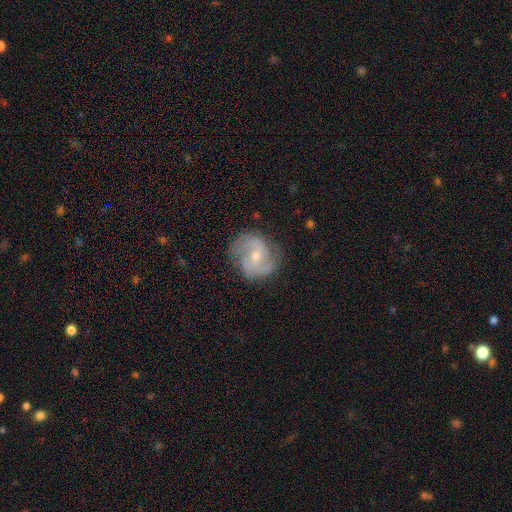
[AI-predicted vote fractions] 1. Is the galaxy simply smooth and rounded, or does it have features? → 73% featured or disk, 20% smooth, 7% star or artifact.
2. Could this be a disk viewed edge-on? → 97% no, 3% yes.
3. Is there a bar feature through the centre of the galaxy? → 49% no, 40% weak, 11% strong.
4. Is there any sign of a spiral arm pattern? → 90% yes, 10% no.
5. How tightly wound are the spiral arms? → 48% medium, 28% tight, 24% loose.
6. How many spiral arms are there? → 71% 2, 12% can't tell, 9% 3, 3% 1, 2% 4, 2% more than 4.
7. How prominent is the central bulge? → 49% moderate, 47% small, 2% large, 2% none, 1% dominant.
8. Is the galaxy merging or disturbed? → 69% none, 21% minor disturbance, 8% major disturbance, 2% merger.